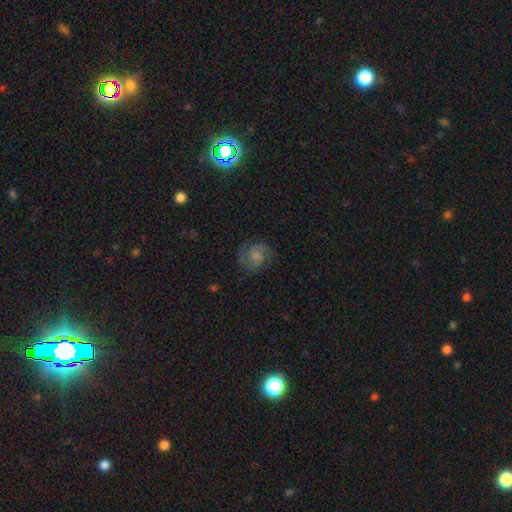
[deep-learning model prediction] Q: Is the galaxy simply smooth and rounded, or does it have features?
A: featured or disk — 72%.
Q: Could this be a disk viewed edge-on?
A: no — 98%.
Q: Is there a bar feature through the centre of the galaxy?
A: no — 53%.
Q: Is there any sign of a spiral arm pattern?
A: yes — 94%.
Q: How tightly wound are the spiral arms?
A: medium — 52%.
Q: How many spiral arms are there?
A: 2 — 85%.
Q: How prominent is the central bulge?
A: none — 49%.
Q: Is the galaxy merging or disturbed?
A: none — 76%.